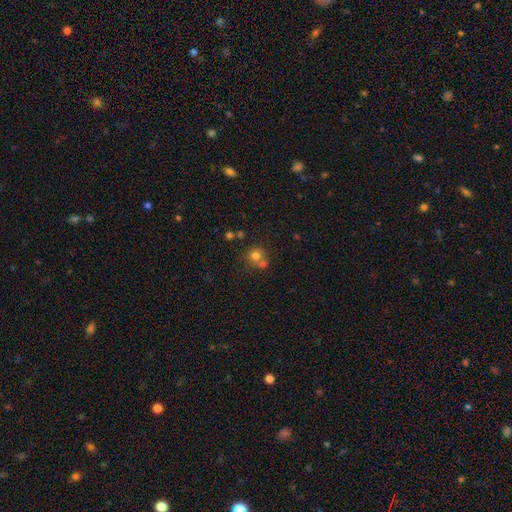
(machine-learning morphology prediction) smooth_or_featured: smooth (p=0.72) [alt: star or artifact p=0.14]
how_rounded: round (p=0.82) [alt: in between p=0.17]
merging: merger (p=0.43) [tied with: none p=0.43]